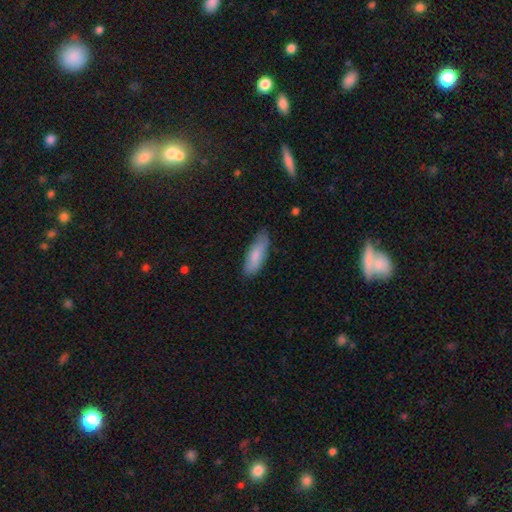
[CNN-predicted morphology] Smooth or featured: smooth — 80% (featured or disk — 14%)
How rounded: in between — 61% (cigar-shaped — 38%)
Merging: none — 76% (minor disturbance — 19%)